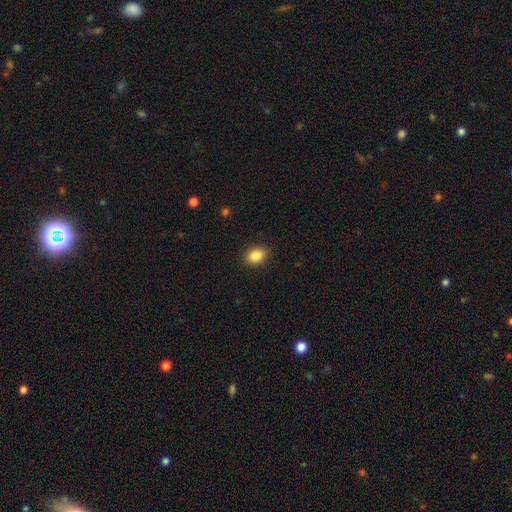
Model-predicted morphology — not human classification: A smooth galaxy with no disk features (87%) that is in between round and cigar-shaped (65%).

Vote fractions:
- Smooth or featured? smooth: 87% / star or artifact: 9% / featured or disk: 5%
- How rounded? in between: 65% / round: 34% / cigar-shaped: 1%
- Merging? none: 87% / minor disturbance: 9% / major disturbance: 2% / merger: 1%